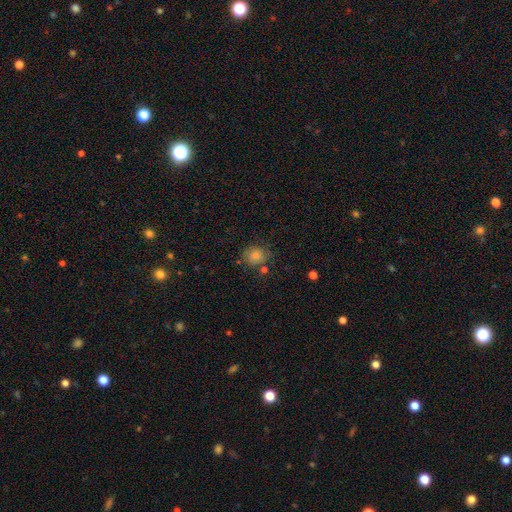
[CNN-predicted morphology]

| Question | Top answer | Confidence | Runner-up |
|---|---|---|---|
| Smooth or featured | smooth | 80% | star or artifact (11%) |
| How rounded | round | 75% | in between (24%) |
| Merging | none | 71% | minor disturbance (17%) |